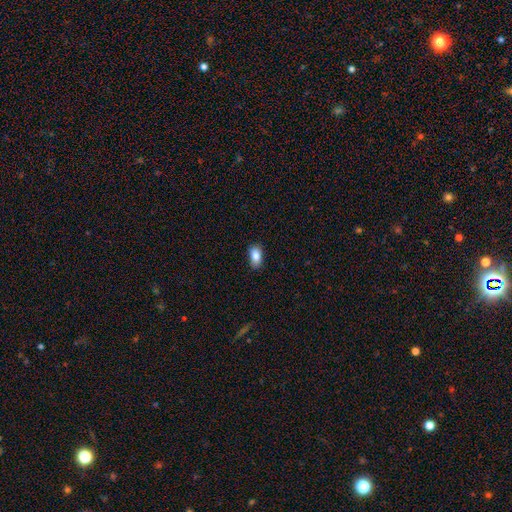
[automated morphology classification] smooth 85%, star or artifact 8%, featured or disk 7%. Down the decision tree: how rounded — in between (89%); merging — none (82%).